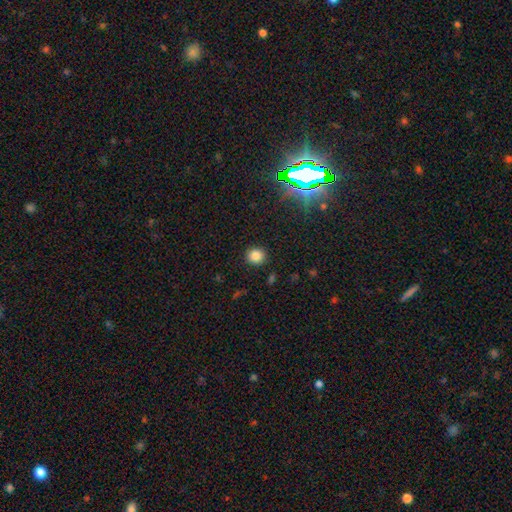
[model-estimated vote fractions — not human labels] Morphology: type=smooth (83%); roundness=round (86%); merging=none (90%).